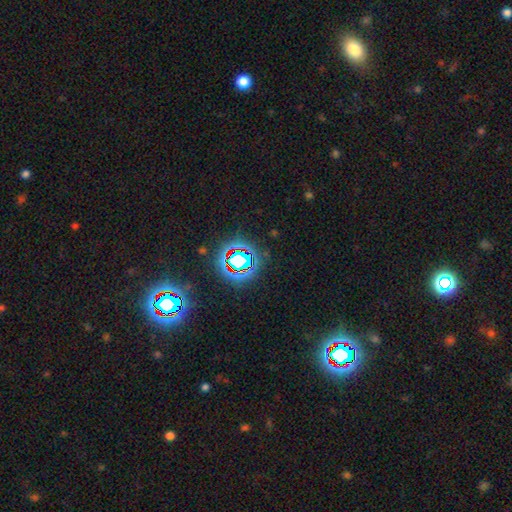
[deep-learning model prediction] A star or artifact, not a galaxy (79%).